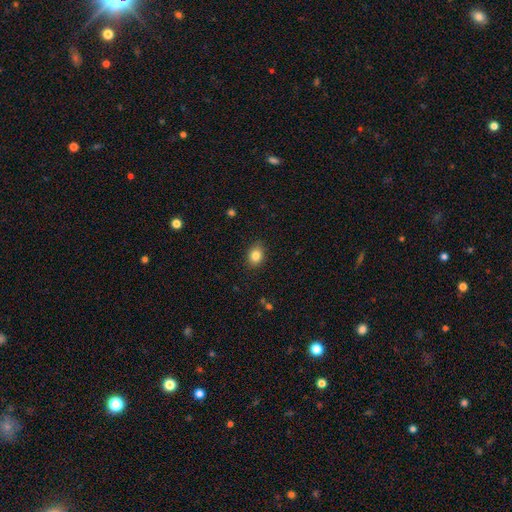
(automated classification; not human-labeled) Smooth or featured? smooth (84%)
How rounded? in between (58%)
Merging? none (87%)